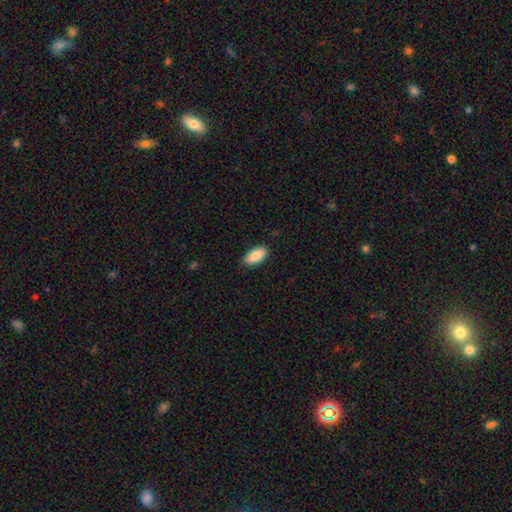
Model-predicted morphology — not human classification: A smooth galaxy with no disk features (87%) that is in between round and cigar-shaped (92%).

Vote fractions:
- Smooth or featured? smooth: 87% / featured or disk: 7% / star or artifact: 6%
- How rounded? in between: 92% / cigar-shaped: 5% / round: 2%
- Merging? none: 88% / minor disturbance: 10% / major disturbance: 2% / merger: 1%